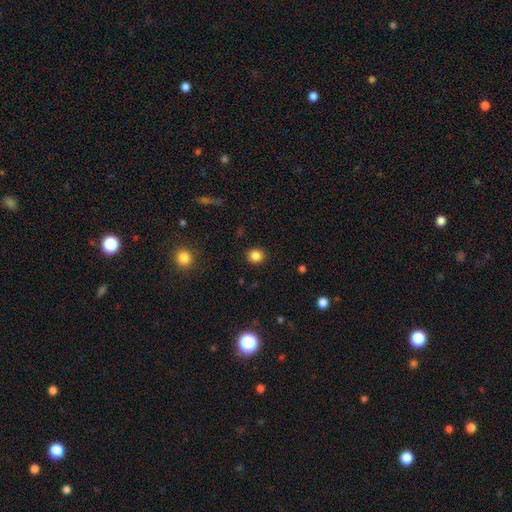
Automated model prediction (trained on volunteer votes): smooth 85%, star or artifact 12%, featured or disk 4%. Down the decision tree: how rounded — round (81%); merging — none (90%).